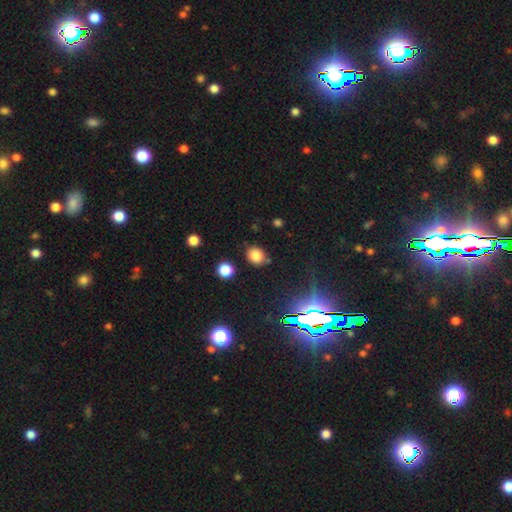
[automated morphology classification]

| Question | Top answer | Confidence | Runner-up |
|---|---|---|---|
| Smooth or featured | smooth | 78% | star or artifact (15%) |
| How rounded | round | 68% | in between (31%) |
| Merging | none | 76% | minor disturbance (14%) |